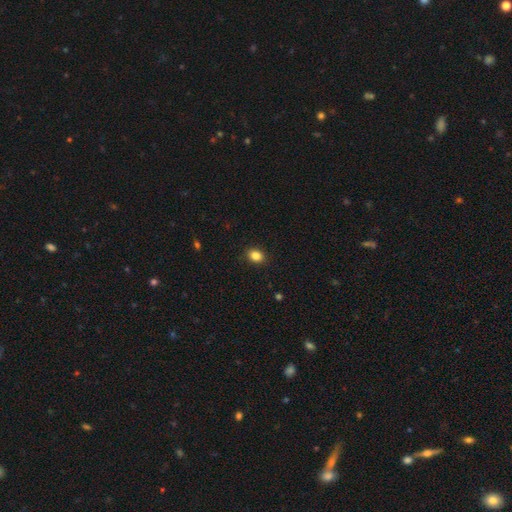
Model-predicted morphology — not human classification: A smooth galaxy with no disk features (85%) that is in between round and cigar-shaped (55%). Merging: none (90%).